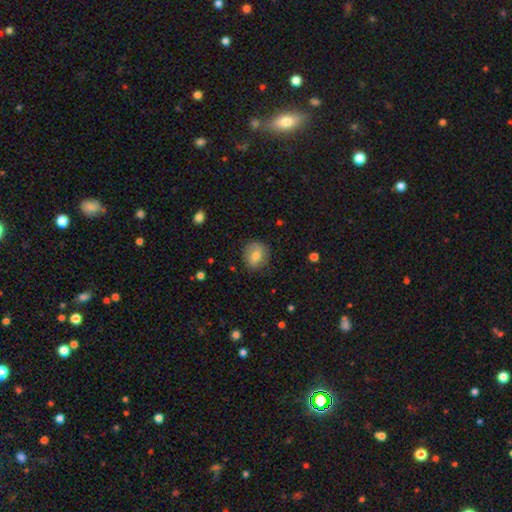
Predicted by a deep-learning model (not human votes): Morphology: type=smooth (68%); roundness=round (78%); merging=none (82%).